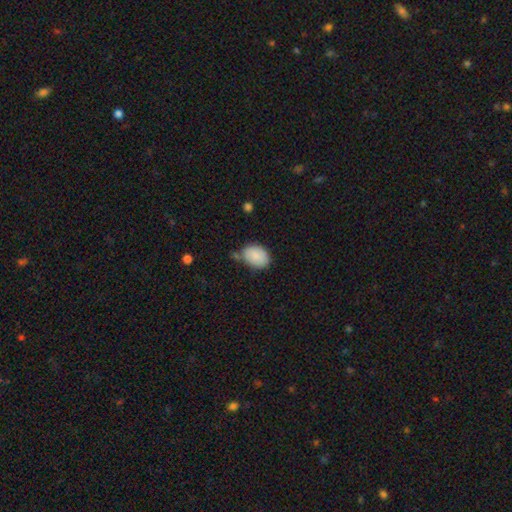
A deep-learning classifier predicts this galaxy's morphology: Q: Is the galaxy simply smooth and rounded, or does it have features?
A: smooth — 87%.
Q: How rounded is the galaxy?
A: in between — 81%.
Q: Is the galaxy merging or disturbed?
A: none — 61%.